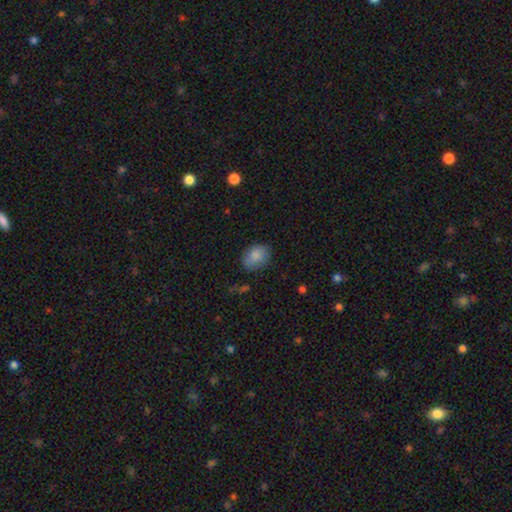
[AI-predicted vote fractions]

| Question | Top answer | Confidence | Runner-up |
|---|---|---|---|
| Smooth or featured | smooth | 85% | star or artifact (8%) |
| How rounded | in between | 71% | round (27%) |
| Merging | none | 75% | minor disturbance (19%) |